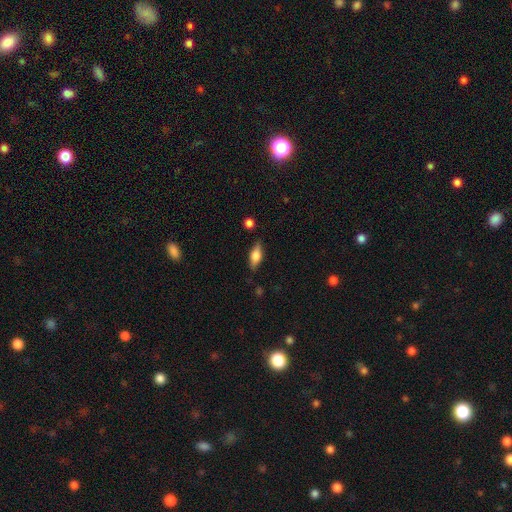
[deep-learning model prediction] Smooth or featured? Predicted: smooth (p=0.61). How rounded? Predicted: in between (p=0.75). Merging? Predicted: none (p=0.81).